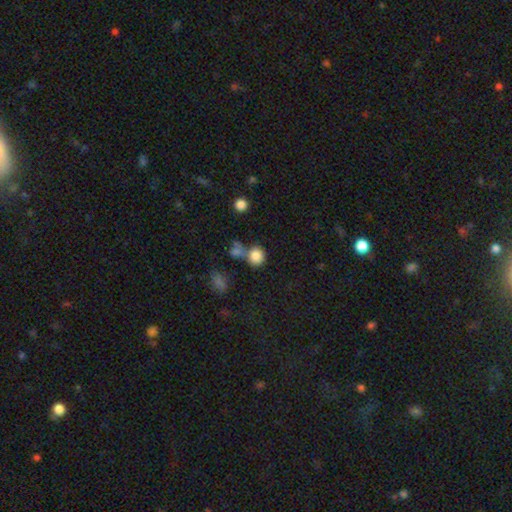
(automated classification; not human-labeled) Q: Smooth or featured?
A: smooth (83%); runner-up: star or artifact (11%)
Q: How rounded?
A: round (80%); runner-up: in between (19%)
Q: Merging?
A: none (57%); runner-up: merger (25%)